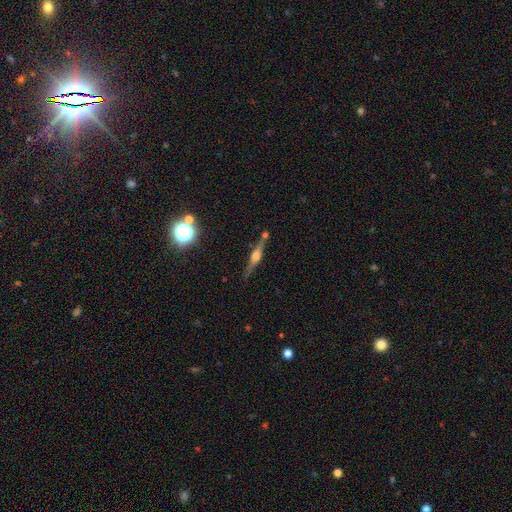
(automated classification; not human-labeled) Q: Smooth or featured?
A: featured or disk (77%); runner-up: smooth (14%)
Q: Edge-on disk?
A: yes (97%); runner-up: no (3%)
Q: Edge-on bulge?
A: rounded (85%); runner-up: boxy (12%)
Q: Merging?
A: none (80%); runner-up: minor disturbance (11%)